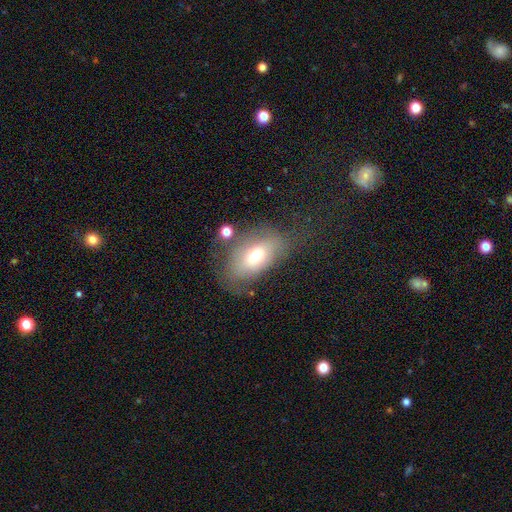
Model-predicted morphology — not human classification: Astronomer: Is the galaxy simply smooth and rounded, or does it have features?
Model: smooth — 64%.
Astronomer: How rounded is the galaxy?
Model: in between — 85%.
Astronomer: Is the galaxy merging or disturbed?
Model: none — 49% (runner-up: minor disturbance, 24%).